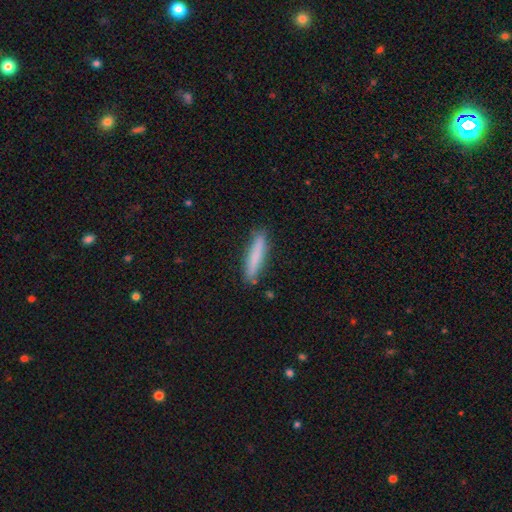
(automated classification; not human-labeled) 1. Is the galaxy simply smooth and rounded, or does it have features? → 80% smooth, 14% featured or disk, 6% star or artifact.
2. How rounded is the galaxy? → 91% cigar-shaped, 8% in between, 1% round.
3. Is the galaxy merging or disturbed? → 87% none, 10% minor disturbance, 2% major disturbance, 2% merger.